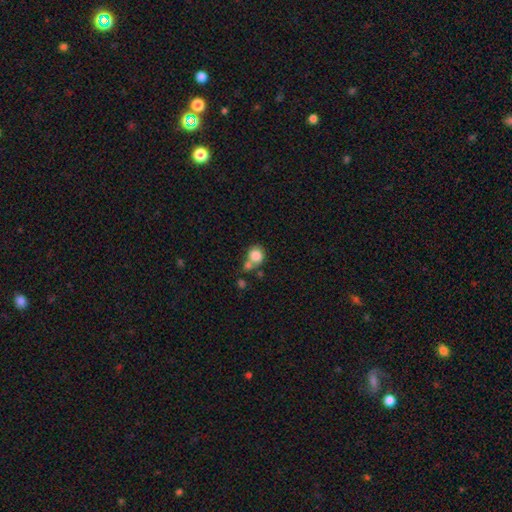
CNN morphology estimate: Smooth or featured? smooth (82%)
How rounded? round (81%)
Merging? none (47%)